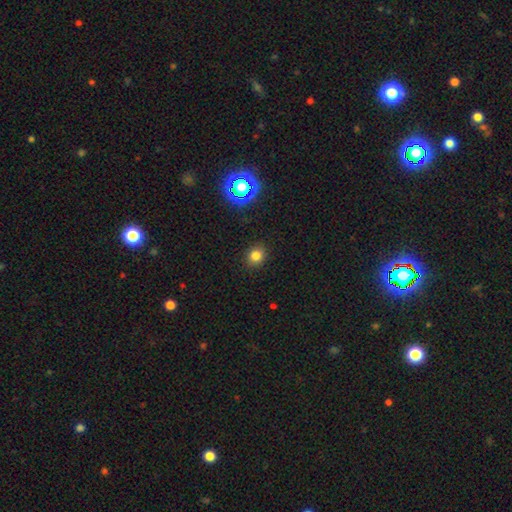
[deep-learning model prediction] Smooth or featured? smooth (79%)
How rounded? round (76%)
Merging? none (90%)